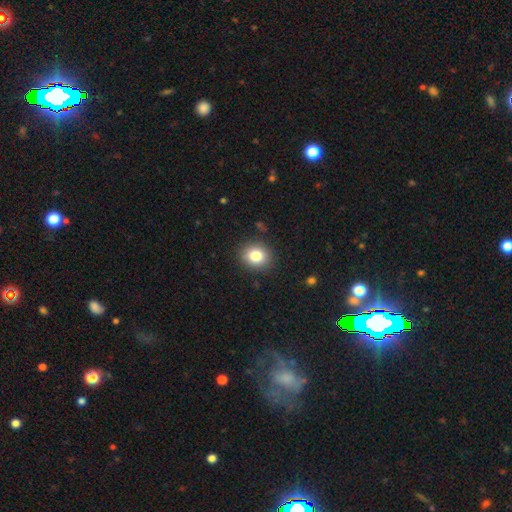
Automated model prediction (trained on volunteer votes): Q: Smooth or featured?
A: smooth (82%); runner-up: star or artifact (10%)
Q: How rounded?
A: round (74%); runner-up: in between (26%)
Q: Merging?
A: none (88%); runner-up: minor disturbance (8%)